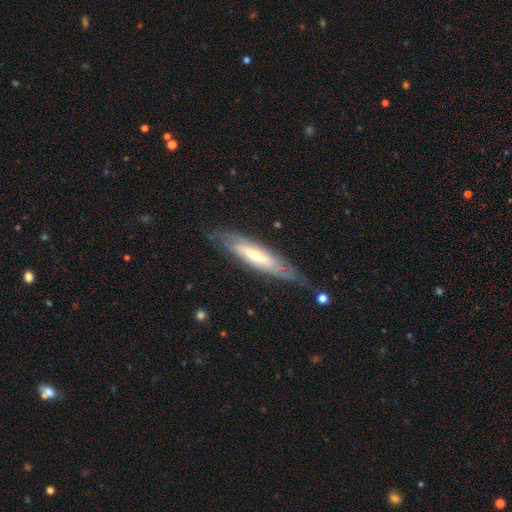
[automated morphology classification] smooth_or_featured: featured or disk (p=0.68) [alt: smooth p=0.26]
disk_edge_on: no (p=0.55) [alt: yes p=0.45]
merging: none (p=0.72) [alt: minor disturbance p=0.19]